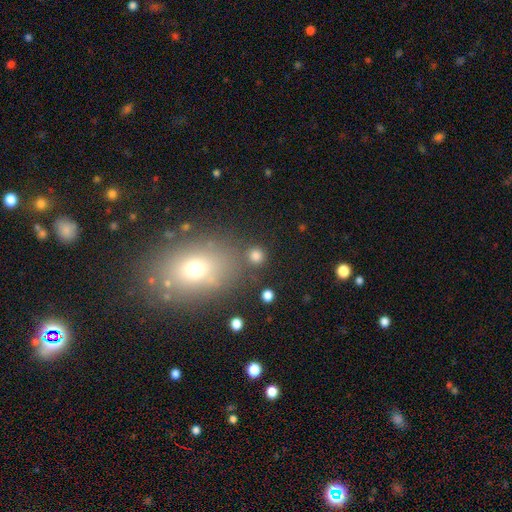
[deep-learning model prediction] This is likely a smooth galaxy (79%). How rounded: clearly round (88%). Merging: likely none (78%).